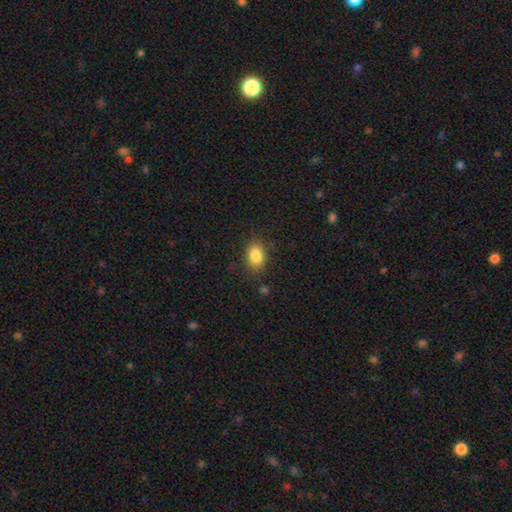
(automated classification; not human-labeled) smooth-or-featured: smooth: 84% | star or artifact: 9% | featured or disk: 6%
  how-rounded: in between: 73% | round: 26% | cigar-shaped: 1%
  merging: none: 84% | minor disturbance: 11% | major disturbance: 3% | merger: 2%